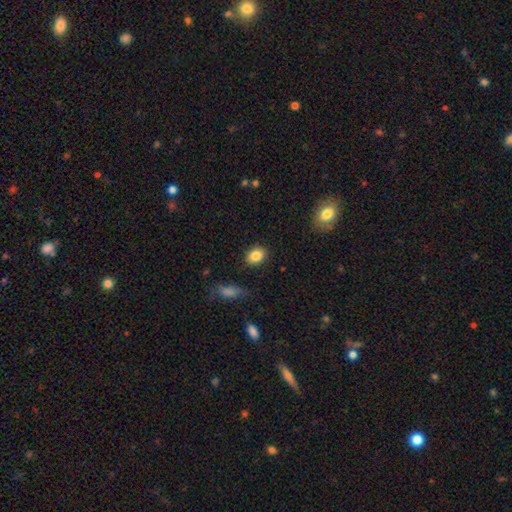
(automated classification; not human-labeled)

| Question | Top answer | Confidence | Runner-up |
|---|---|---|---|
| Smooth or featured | smooth | 86% | star or artifact (9%) |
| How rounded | in between | 60% | round (39%) |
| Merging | none | 86% | minor disturbance (10%) |